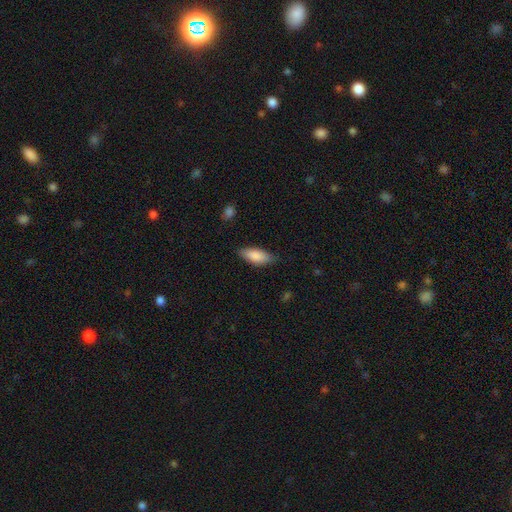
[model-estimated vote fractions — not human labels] Q: Smooth or featured?
A: smooth (85%); runner-up: featured or disk (9%)
Q: How rounded?
A: in between (79%); runner-up: cigar-shaped (19%)
Q: Merging?
A: none (79%); runner-up: minor disturbance (17%)